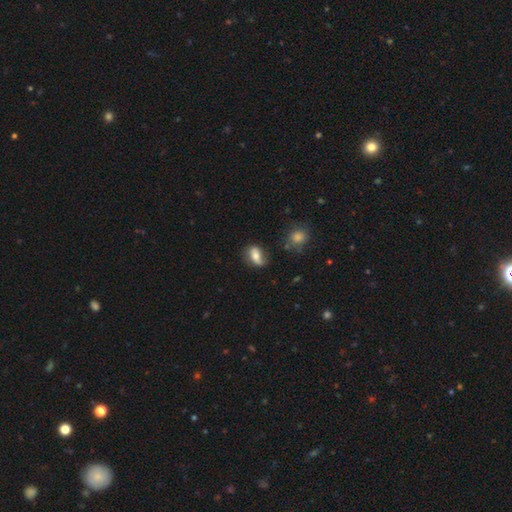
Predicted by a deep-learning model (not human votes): Q: Smooth or featured?
A: smooth (56%); runner-up: featured or disk (35%)
Q: How rounded?
A: in between (79%); runner-up: round (14%)
Q: Merging?
A: none (59%); runner-up: minor disturbance (26%)